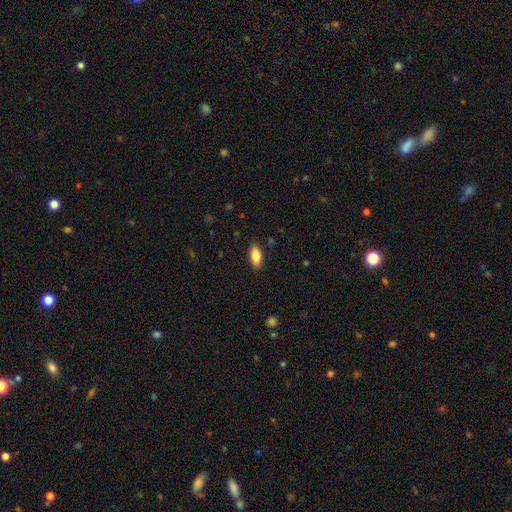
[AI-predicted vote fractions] Morphology: type=smooth (83%); roundness=in between (88%); merging=none (87%).